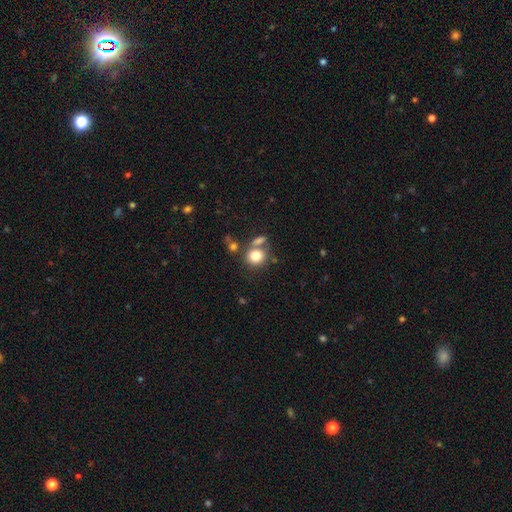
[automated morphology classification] This is likely a smooth galaxy (78%). How rounded: likely round (79%). Merging: possibly none (58%).